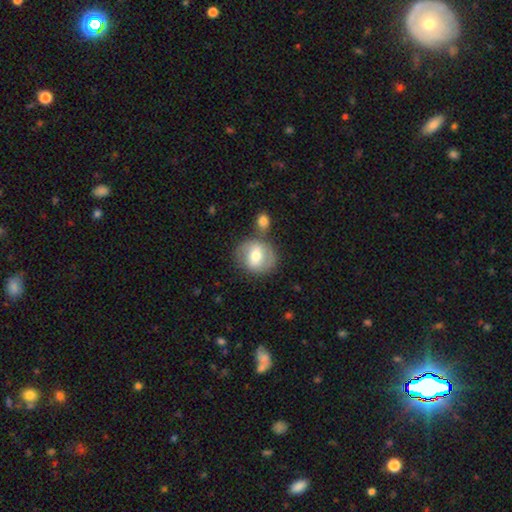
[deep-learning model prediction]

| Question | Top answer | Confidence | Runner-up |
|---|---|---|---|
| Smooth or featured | smooth | 55% | featured or disk (38%) |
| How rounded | round | 70% | in between (29%) |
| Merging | none | 59% | merger (20%) |